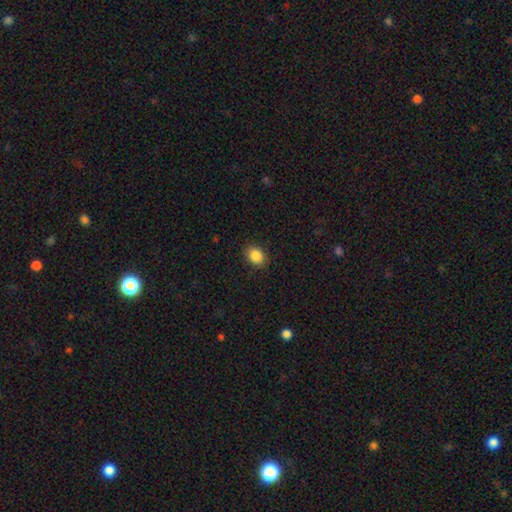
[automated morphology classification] Q: Smooth or featured?
A: smooth (87%); runner-up: star or artifact (9%)
Q: How rounded?
A: in between (54%); runner-up: round (45%)
Q: Merging?
A: none (88%); runner-up: minor disturbance (9%)